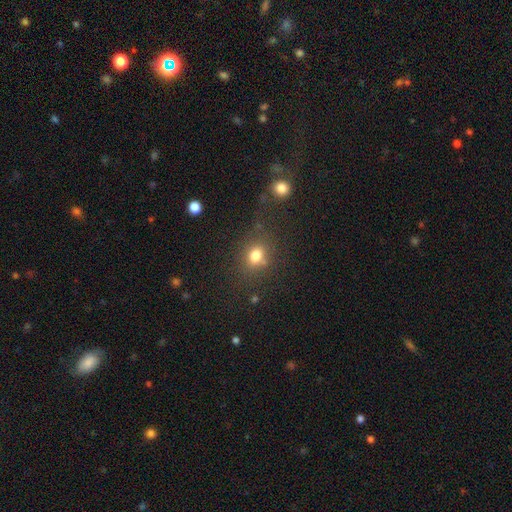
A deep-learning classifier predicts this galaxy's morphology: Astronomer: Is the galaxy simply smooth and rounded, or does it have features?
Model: smooth — 78%.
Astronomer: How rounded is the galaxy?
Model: round — 59% (runner-up: in between, 40%).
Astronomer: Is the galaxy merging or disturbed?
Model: none — 71%.